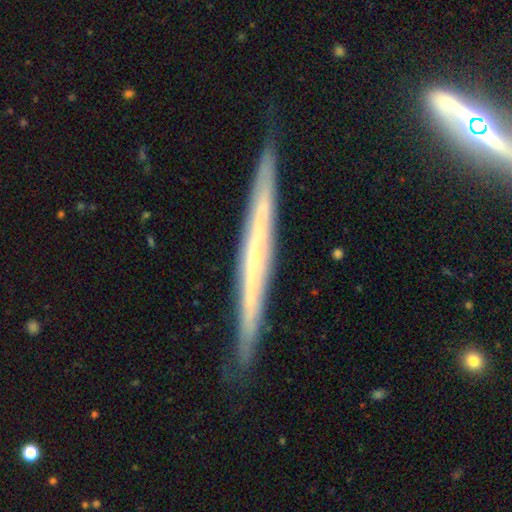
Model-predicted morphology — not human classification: Smooth or featured? featured or disk (73%)
Edge-on disk? yes (95%)
Edge-on bulge? none (65%)
Merging? none (86%)